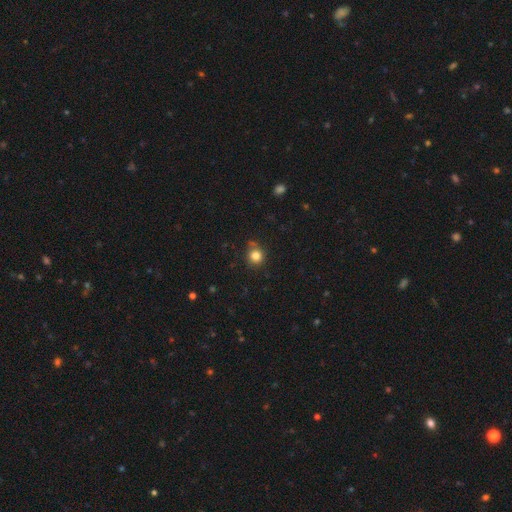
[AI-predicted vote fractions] Smooth or featured? smooth (82%)
How rounded? round (89%)
Merging? none (77%)